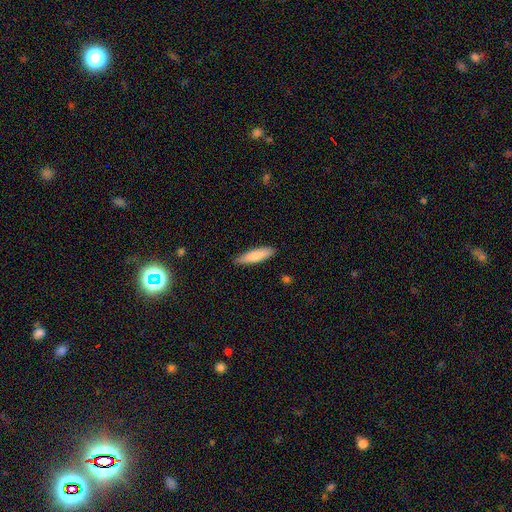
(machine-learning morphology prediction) The model was most divided on "how rounded": cigar-shaped: 71%, in between: 27%, round: 1%. More confident: merging — none (85%); smooth or featured — smooth (82%).